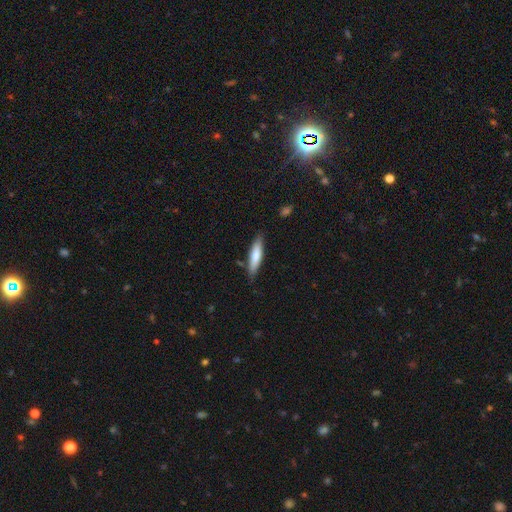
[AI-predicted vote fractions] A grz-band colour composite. It shows a smooth galaxy with no disk features (70%) that is cigar-shaped (74%). Merging: none (81%).